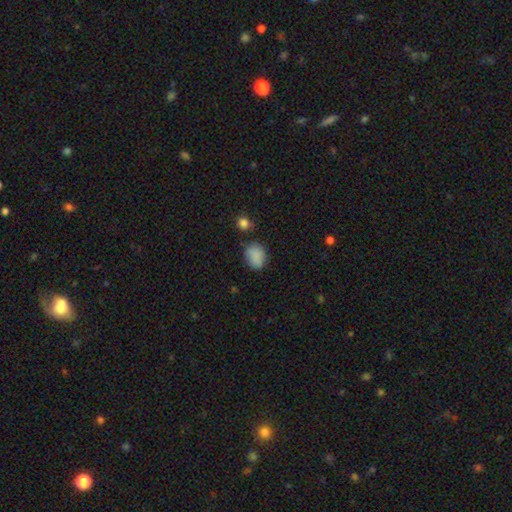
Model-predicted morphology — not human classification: A smooth galaxy with no disk features (84%) that is in between round and cigar-shaped (58%). Merging: none (70%).